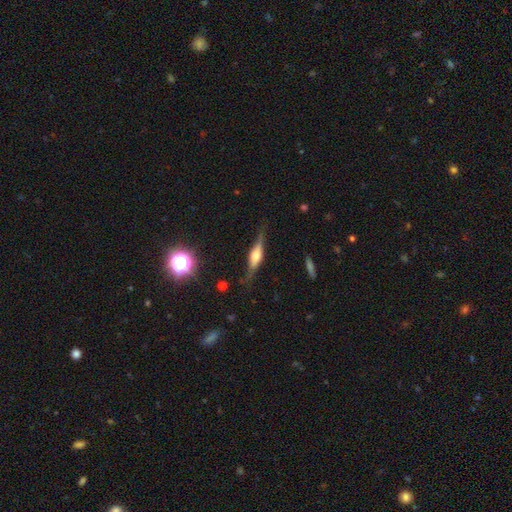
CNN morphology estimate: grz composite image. It shows a featured or disk galaxy (68%) viewed edge-on (94%) with a rounded central bulge (81%). Merging: none (79%).